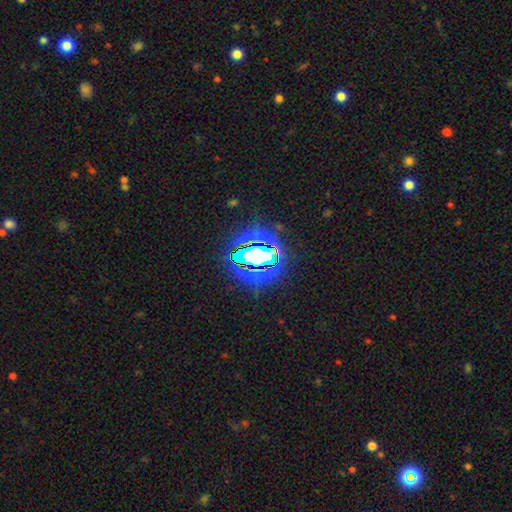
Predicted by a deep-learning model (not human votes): This appears to be a star or artifact, not a galaxy (69%).